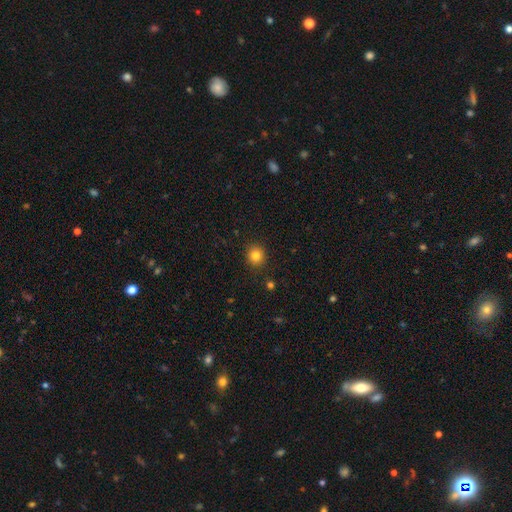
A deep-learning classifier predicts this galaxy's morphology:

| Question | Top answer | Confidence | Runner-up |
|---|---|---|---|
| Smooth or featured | smooth | 83% | star or artifact (12%) |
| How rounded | round | 88% | in between (11%) |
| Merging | none | 90% | minor disturbance (6%) |